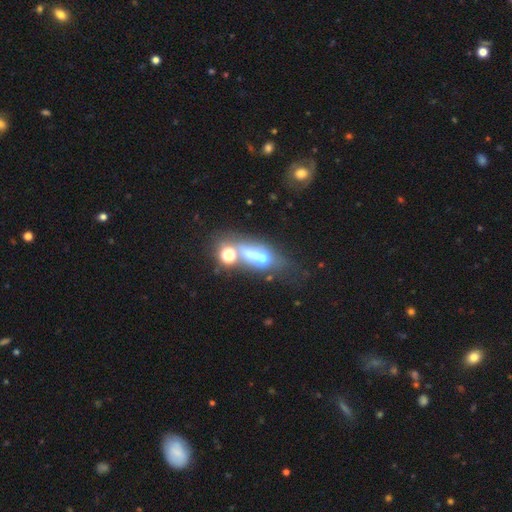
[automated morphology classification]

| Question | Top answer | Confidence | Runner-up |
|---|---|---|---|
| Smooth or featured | smooth | 43% | featured or disk (36%) |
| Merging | none | 34% | merger (32%) |